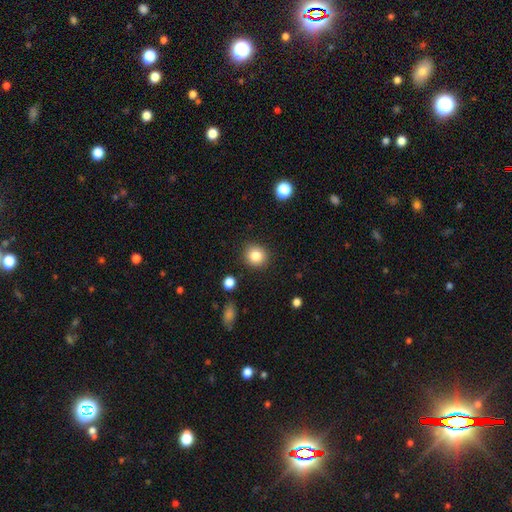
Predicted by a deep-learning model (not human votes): This is clearly a smooth galaxy (84%). How rounded: clearly round (87%). Merging: clearly none (89%).